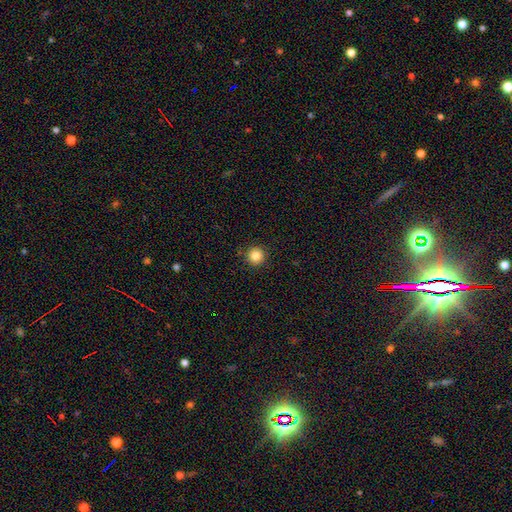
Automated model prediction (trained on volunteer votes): smooth_or_featured: smooth (p=0.84) [alt: star or artifact p=0.11]
how_rounded: round (p=0.96) [alt: in between p=0.03]
merging: none (p=0.91) [alt: minor disturbance p=0.06]